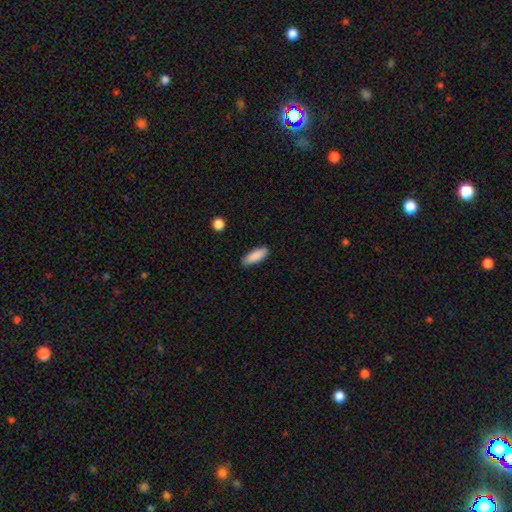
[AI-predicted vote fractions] Morphology: type=smooth (89%); roundness=in between (70%); merging=none (83%).